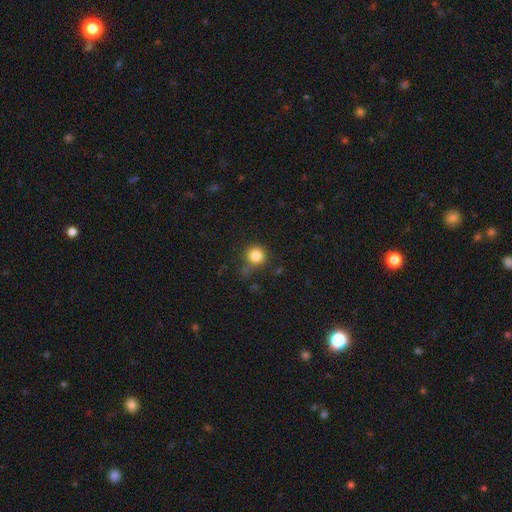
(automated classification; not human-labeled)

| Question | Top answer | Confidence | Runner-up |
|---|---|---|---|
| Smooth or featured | smooth | 84% | star or artifact (11%) |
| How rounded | round | 93% | in between (6%) |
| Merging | none | 71% | minor disturbance (17%) |